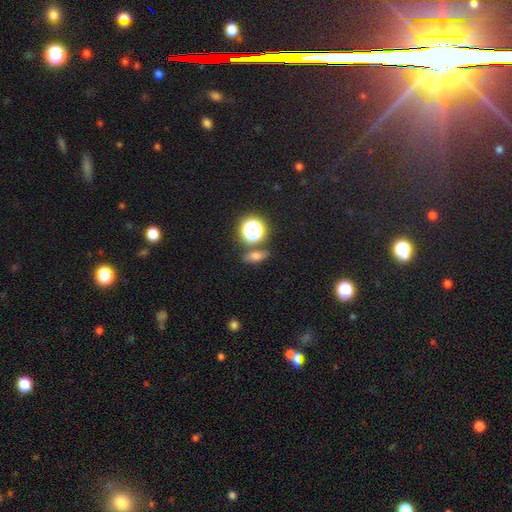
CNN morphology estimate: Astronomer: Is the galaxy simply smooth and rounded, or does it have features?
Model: smooth — 62%.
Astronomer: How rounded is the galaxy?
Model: in between — 61%.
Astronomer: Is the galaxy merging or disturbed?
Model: none — 75%.